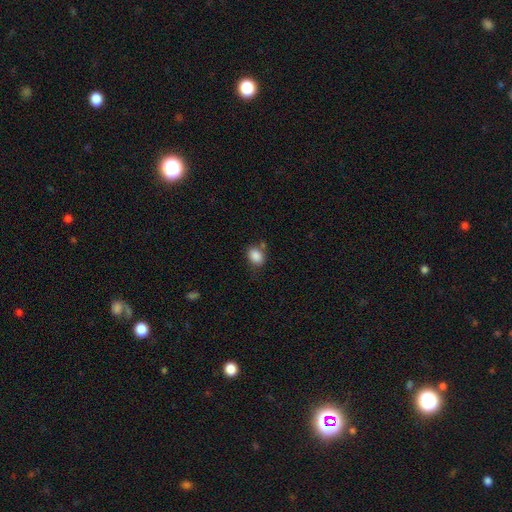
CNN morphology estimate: This appears to be a smooth galaxy with no disk features (87%) that is in between round and cigar-shaped (67%). Merging: none (67%).